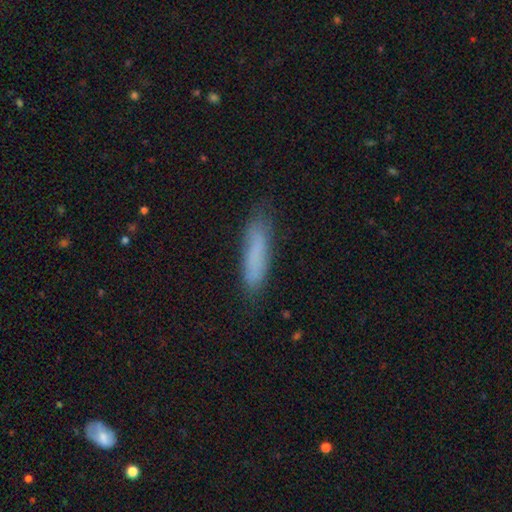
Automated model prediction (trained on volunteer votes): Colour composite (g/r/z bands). It shows a smooth galaxy with no disk features (77%) that is cigar-shaped (77%). Merging: none (77%).